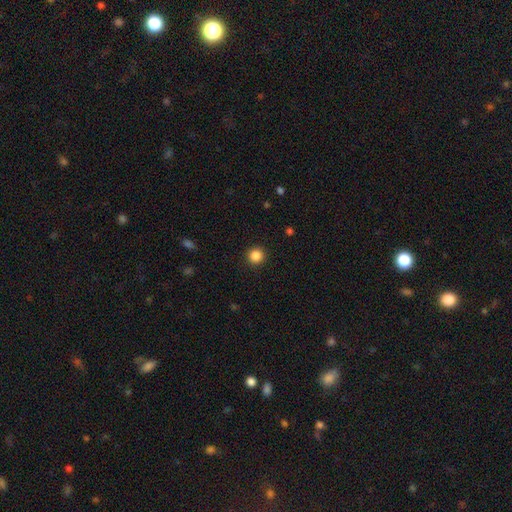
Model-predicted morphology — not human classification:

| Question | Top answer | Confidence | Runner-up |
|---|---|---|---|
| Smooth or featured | smooth | 86% | star or artifact (11%) |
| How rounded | round | 95% | in between (4%) |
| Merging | none | 92% | minor disturbance (5%) |